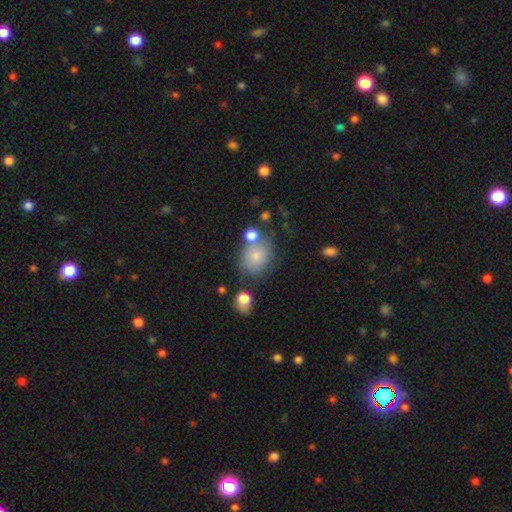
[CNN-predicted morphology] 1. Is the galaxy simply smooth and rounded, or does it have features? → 78% smooth, 12% featured or disk, 10% star or artifact.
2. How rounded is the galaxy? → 60% round, 39% in between, 1% cigar-shaped.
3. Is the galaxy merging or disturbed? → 58% none, 17% minor disturbance, 17% merger, 7% major disturbance.